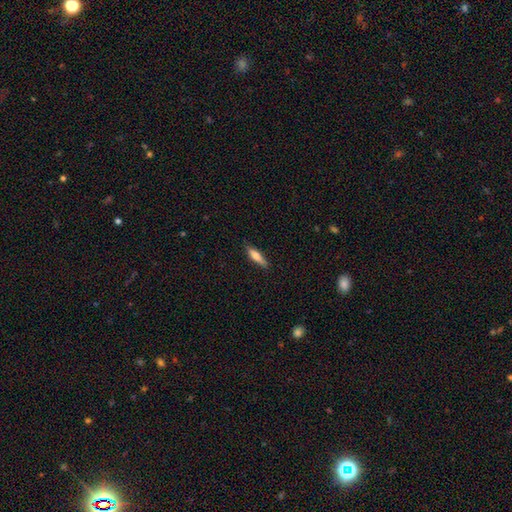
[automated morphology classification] Smooth or featured? smooth (67%)
How rounded? cigar-shaped (71%)
Merging? none (84%)